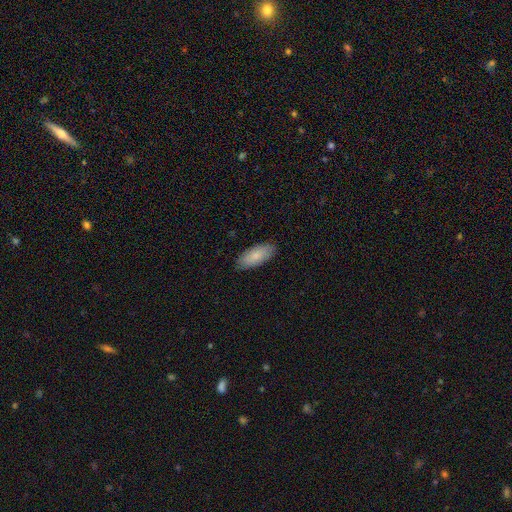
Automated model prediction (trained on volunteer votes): smooth_or_featured: smooth (p=0.84) [alt: featured or disk p=0.11]
how_rounded: in between (p=0.84) [alt: cigar-shaped p=0.14]
merging: none (p=0.87) [alt: minor disturbance p=0.10]